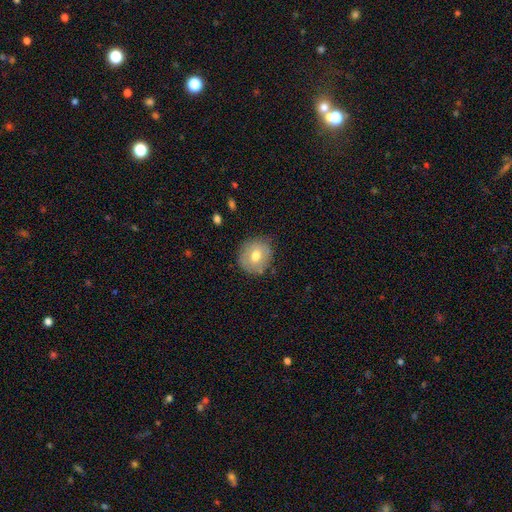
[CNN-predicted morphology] smooth_or_featured: smooth (p=0.66) [alt: featured or disk p=0.25]
how_rounded: round (p=0.80) [alt: in between p=0.19]
merging: none (p=0.80) [alt: minor disturbance p=0.15]